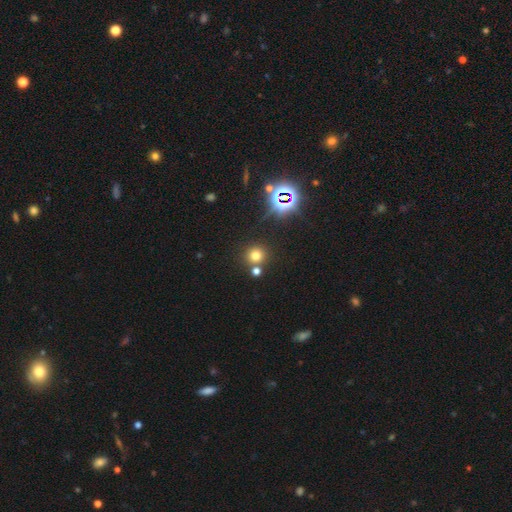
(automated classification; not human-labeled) A smooth galaxy with no disk features (68%) that is round (92%). Merging: none (74%).